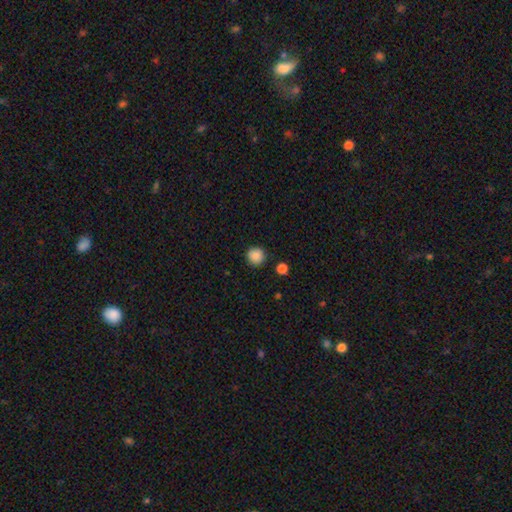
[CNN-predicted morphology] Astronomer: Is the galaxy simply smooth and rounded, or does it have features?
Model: smooth — 87%.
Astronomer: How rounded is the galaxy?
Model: round — 93%.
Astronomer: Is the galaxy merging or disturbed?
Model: none — 88%.